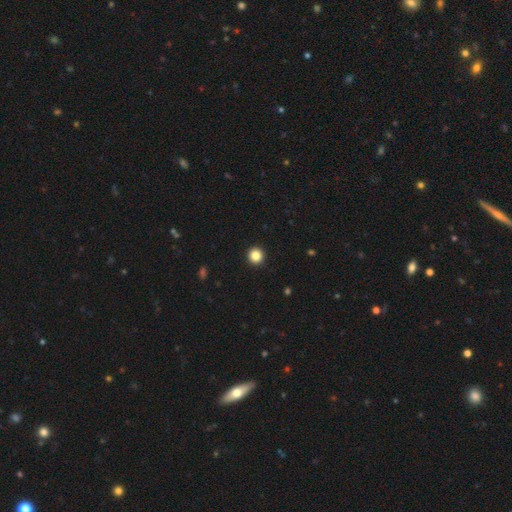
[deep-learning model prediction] A smooth galaxy with no disk features (85%) that is round (96%).

Vote fractions:
- Smooth or featured? smooth: 85% / star or artifact: 11% / featured or disk: 4%
- How rounded? round: 96% / in between: 3% / cigar-shaped: 1%
- Merging? none: 94% / minor disturbance: 4% / major disturbance: 1% / merger: 1%